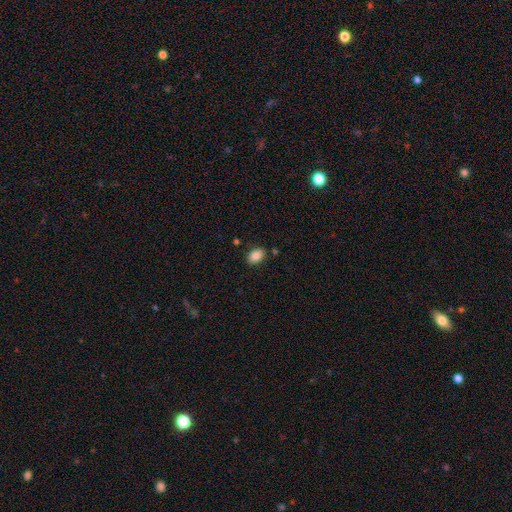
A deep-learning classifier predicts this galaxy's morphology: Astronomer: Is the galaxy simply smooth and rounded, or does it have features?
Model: smooth — 85%.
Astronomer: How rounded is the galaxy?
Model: in between — 85%.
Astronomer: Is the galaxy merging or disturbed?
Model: none — 84%.